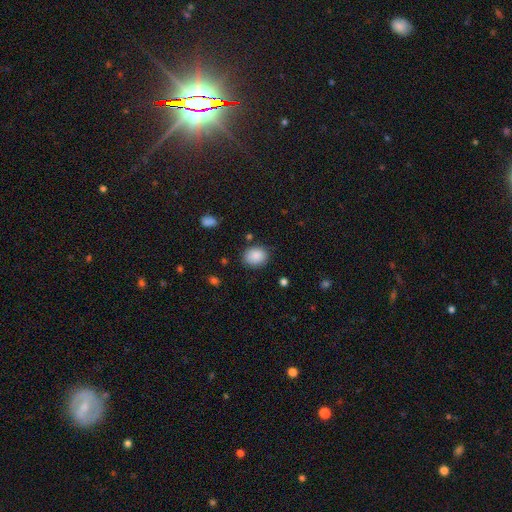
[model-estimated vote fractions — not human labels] Smooth or featured: smooth — 87% (star or artifact — 8%)
How rounded: round — 56% (in between — 43%)
Merging: none — 82% (minor disturbance — 13%)